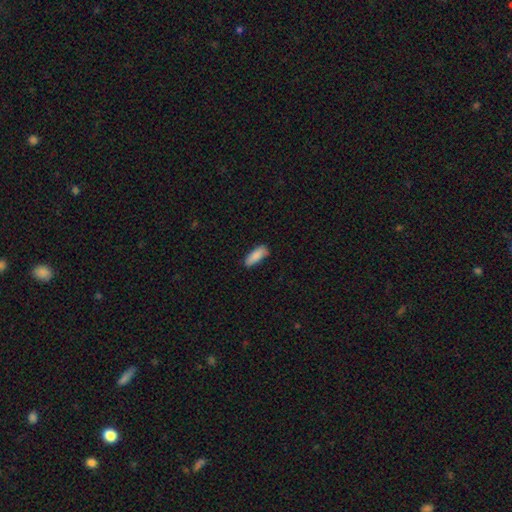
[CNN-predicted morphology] Smooth or featured? smooth (89%)
How rounded? in between (66%)
Merging? none (80%)